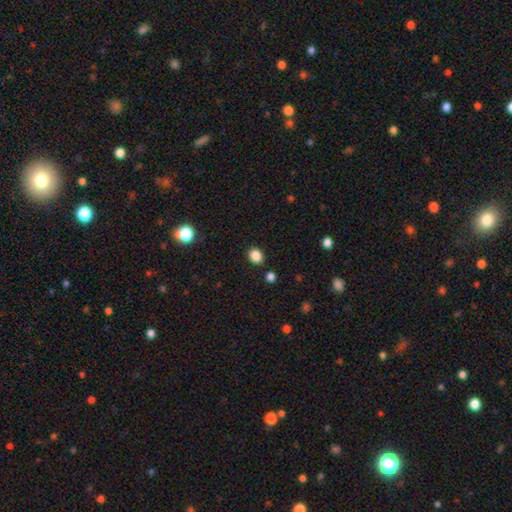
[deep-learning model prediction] smooth_or_featured: smooth (p=0.86) [alt: star or artifact p=0.11]
how_rounded: round (p=0.53) [alt: in between p=0.46]
merging: none (p=0.88) [alt: minor disturbance p=0.08]